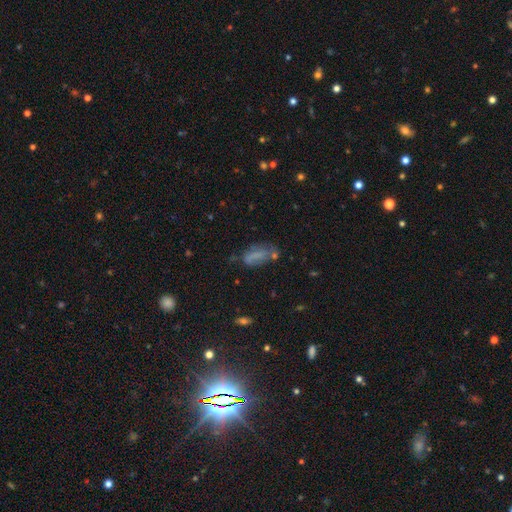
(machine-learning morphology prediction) Q: Smooth or featured?
A: smooth (62%); runner-up: featured or disk (23%)
Q: How rounded?
A: in between (77%); runner-up: cigar-shaped (19%)
Q: Merging?
A: none (44%); runner-up: minor disturbance (27%)